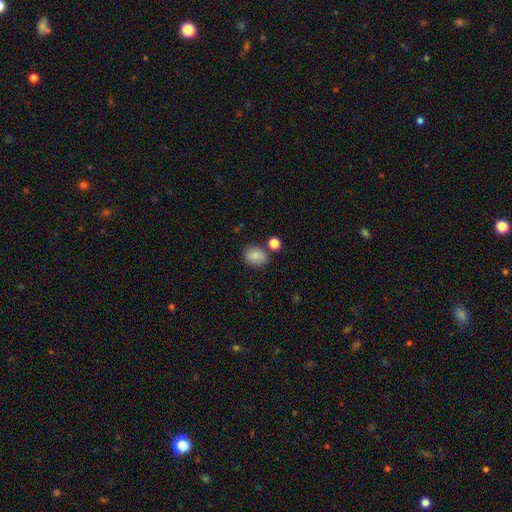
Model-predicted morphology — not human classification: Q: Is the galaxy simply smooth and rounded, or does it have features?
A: smooth — 85%.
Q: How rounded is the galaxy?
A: in between — 62%.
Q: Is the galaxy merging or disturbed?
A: none — 74%.